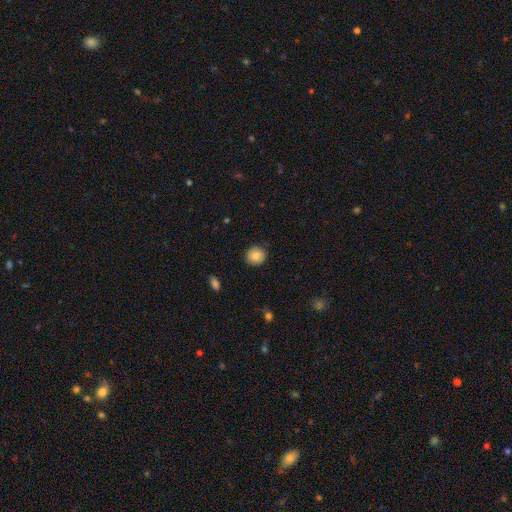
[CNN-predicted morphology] smooth 83%, featured or disk 9%, star or artifact 8%. Down the decision tree: how rounded — round (90%); merging — none (87%).